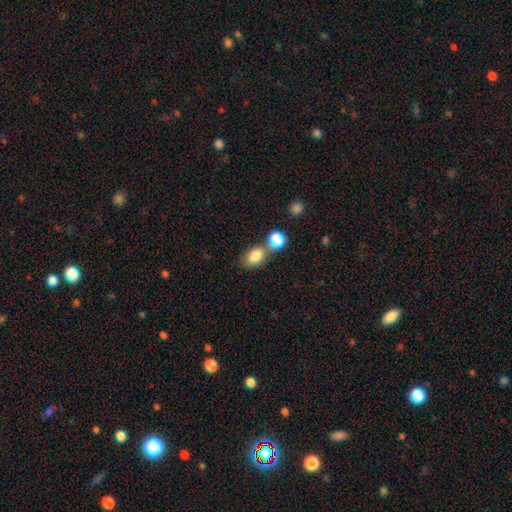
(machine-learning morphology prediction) A smooth galaxy with no disk features (82%) that is in between round and cigar-shaped (77%). Merging: none (43%).